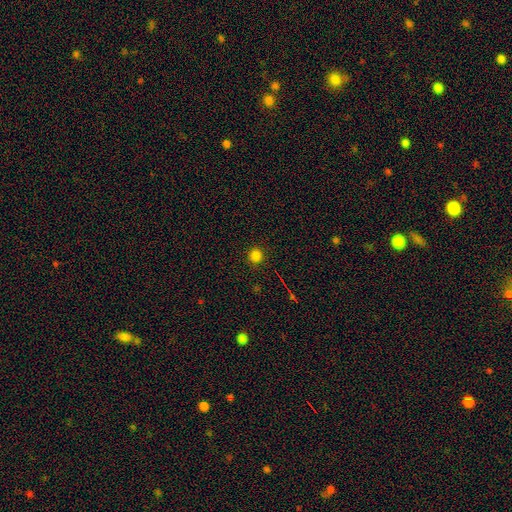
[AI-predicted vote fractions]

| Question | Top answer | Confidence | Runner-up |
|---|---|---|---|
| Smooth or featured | smooth | 81% | star or artifact (15%) |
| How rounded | round | 92% | in between (7%) |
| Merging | none | 91% | minor disturbance (6%) |